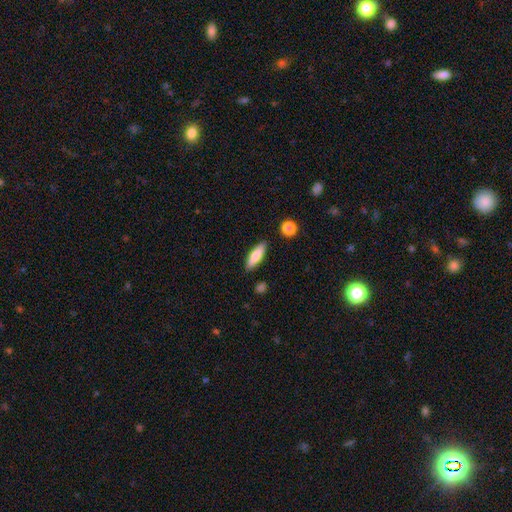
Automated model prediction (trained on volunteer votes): smooth-or-featured: smooth: 73% | featured or disk: 20% | star or artifact: 6%
  how-rounded: cigar-shaped: 54% | in between: 43% | round: 2%
  merging: none: 87% | minor disturbance: 9% | merger: 2% | major disturbance: 2%